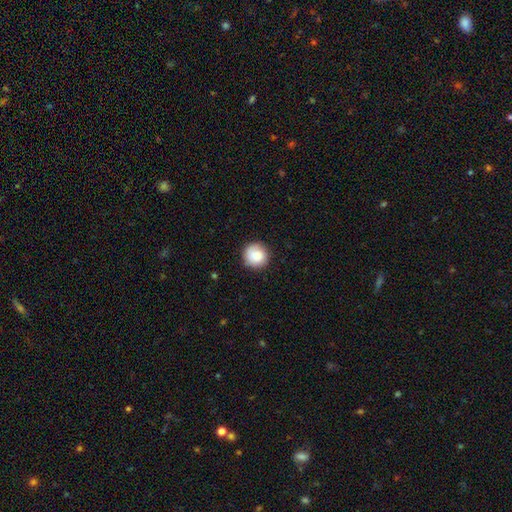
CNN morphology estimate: smooth-or-featured: smooth: 84% | featured or disk: 9% | star or artifact: 7%
  how-rounded: round: 93% | in between: 6% | cigar-shaped: 1%
  merging: none: 85% | minor disturbance: 11% | major disturbance: 3% | merger: 1%